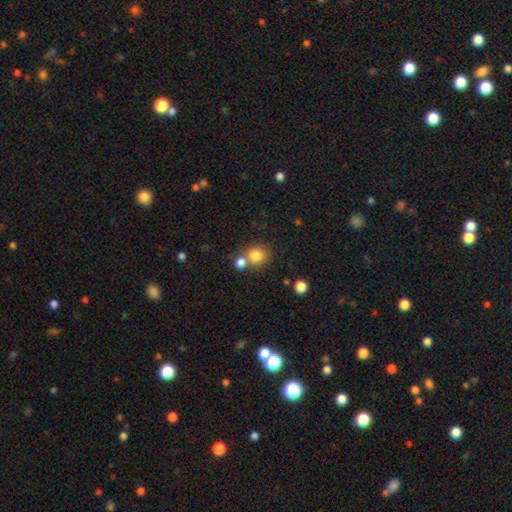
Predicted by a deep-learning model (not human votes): Smooth or featured?
  - smooth: 81% *
  - star or artifact: 11%
  - featured or disk: 8%
How rounded?
  - round: 85% *
  - in between: 14%
  - cigar-shaped: 1%
Merging?
  - none: 56% *
  - merger: 32%
  - minor disturbance: 8%
  - major disturbance: 3%